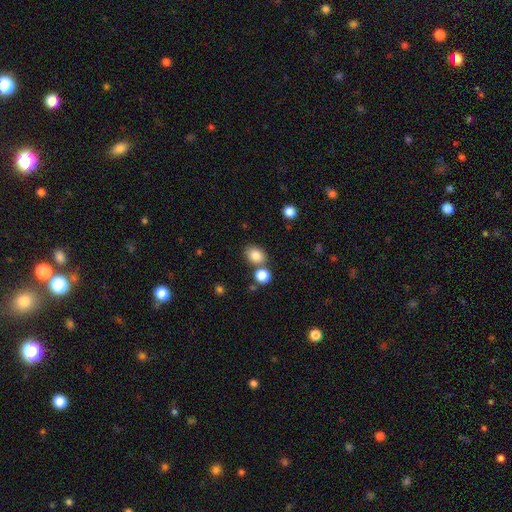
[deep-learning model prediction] Smooth or featured: smooth — 83% (star or artifact — 10%)
How rounded: in between — 58% (round — 41%)
Merging: none — 68% (merger — 18%)